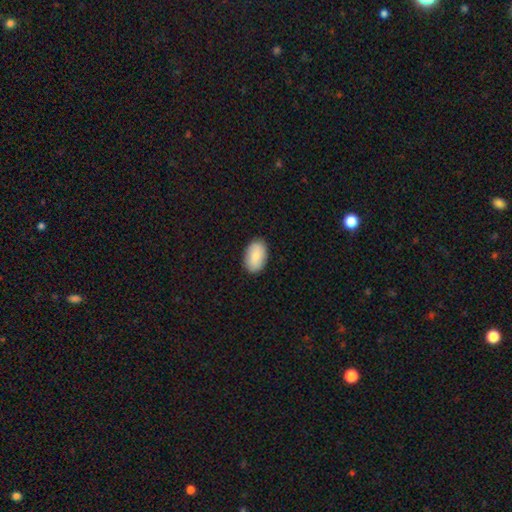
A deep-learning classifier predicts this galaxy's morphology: Smooth or featured? smooth (85%)
How rounded? in between (92%)
Merging? none (89%)